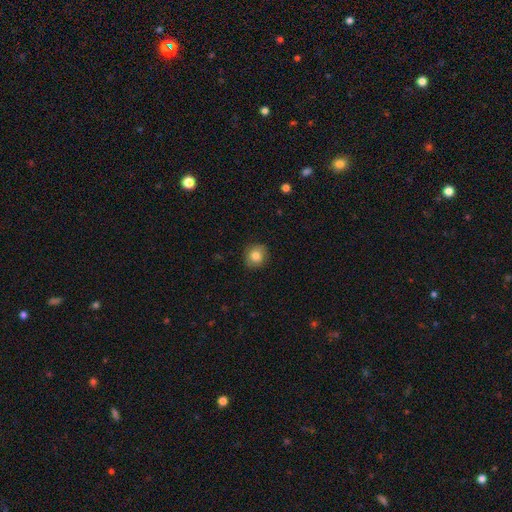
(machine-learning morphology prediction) A smooth galaxy with no disk features (83%) that is round (85%).

Vote fractions:
- Smooth or featured? smooth: 83% / star or artifact: 9% / featured or disk: 7%
- How rounded? round: 85% / in between: 14% / cigar-shaped: 1%
- Merging? none: 88% / minor disturbance: 9% / major disturbance: 2% / merger: 1%